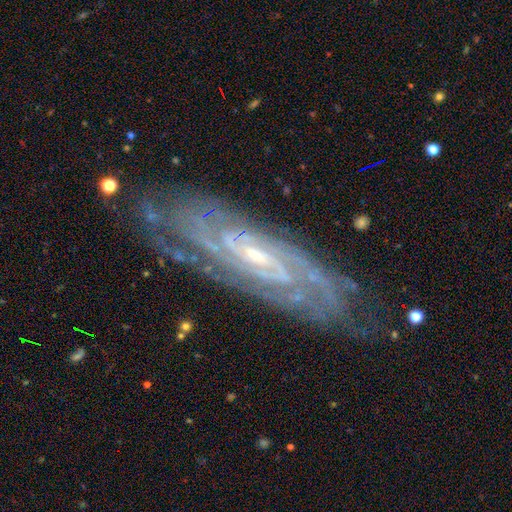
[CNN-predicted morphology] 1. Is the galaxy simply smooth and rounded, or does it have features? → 89% featured or disk, 6% star or artifact, 5% smooth.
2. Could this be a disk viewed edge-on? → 88% no, 12% yes.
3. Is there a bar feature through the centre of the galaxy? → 45% no, 36% weak, 19% strong.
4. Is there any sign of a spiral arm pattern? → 98% yes, 2% no.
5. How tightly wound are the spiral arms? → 75% tight, 21% medium, 4% loose.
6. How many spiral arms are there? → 29% can't tell, 20% 2, 17% 4, 16% 3, 12% more than 4, 7% 1.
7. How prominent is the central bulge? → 79% small, 17% moderate, 2% none, 1% large, 1% dominant.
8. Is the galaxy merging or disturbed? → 81% none, 14% minor disturbance, 4% major disturbance, 2% merger.